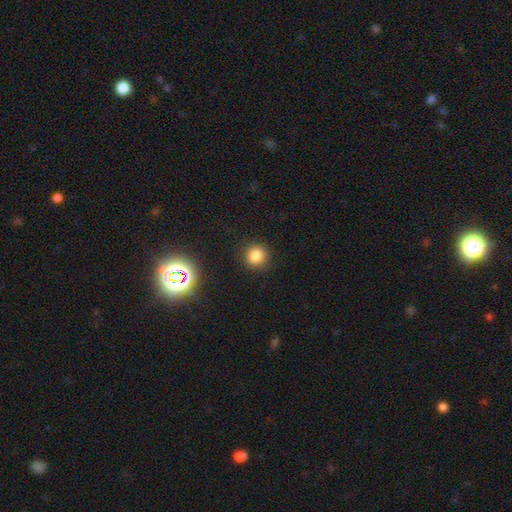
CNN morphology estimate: A smooth galaxy with no disk features (81%) that is round (92%).

Vote fractions:
- Smooth or featured? smooth: 81% / star or artifact: 15% / featured or disk: 4%
- How rounded? round: 92% / in between: 7% / cigar-shaped: 1%
- Merging? none: 90% / minor disturbance: 7% / major disturbance: 2% / merger: 1%